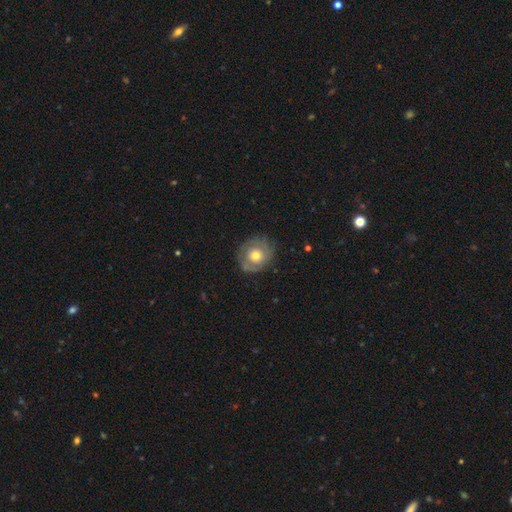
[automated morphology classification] smooth 47%, featured or disk 45%, star or artifact 8%. Down the decision tree: merging — none (76%).